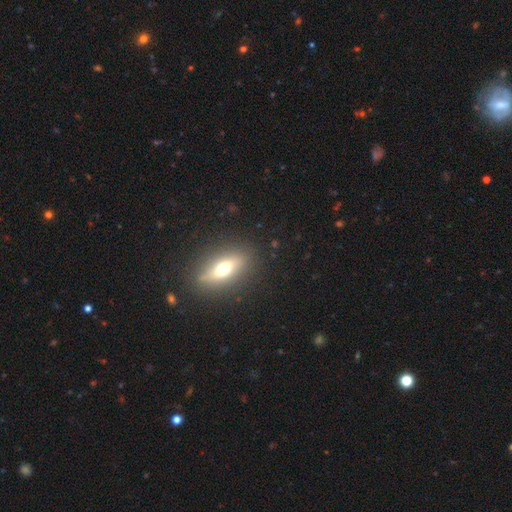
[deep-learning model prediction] Smooth or featured: smooth — 44% (tied with featured or disk — 44%)
Merging: none — 88% (minor disturbance — 8%)